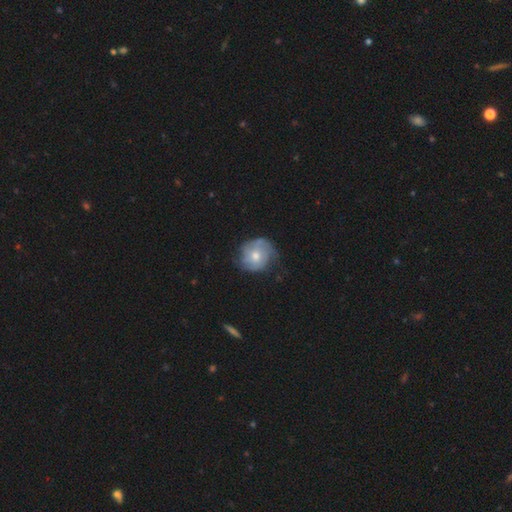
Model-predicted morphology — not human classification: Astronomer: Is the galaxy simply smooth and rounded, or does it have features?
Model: featured or disk — 58% (runner-up: smooth, 36%).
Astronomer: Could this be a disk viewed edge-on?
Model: no — 97%.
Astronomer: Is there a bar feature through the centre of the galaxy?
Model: no — 80%.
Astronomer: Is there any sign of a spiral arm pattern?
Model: yes — 76%.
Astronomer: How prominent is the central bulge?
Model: moderate — 64%.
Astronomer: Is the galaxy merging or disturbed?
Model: none — 62%.